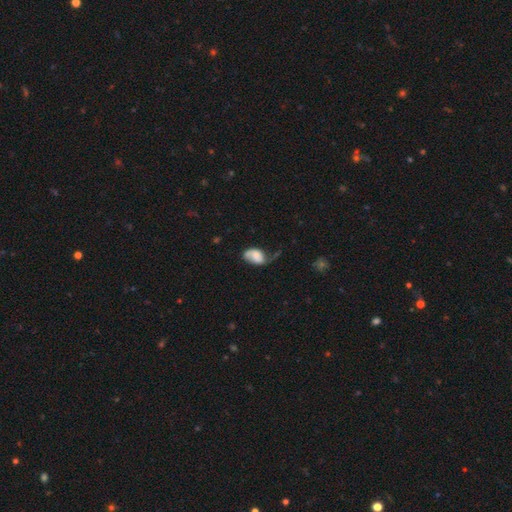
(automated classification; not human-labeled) The model was most divided on "merging": minor disturbance: 34%, none: 33%, major disturbance: 28%, merger: 5%. Remaining: smooth or featured — smooth (47%).